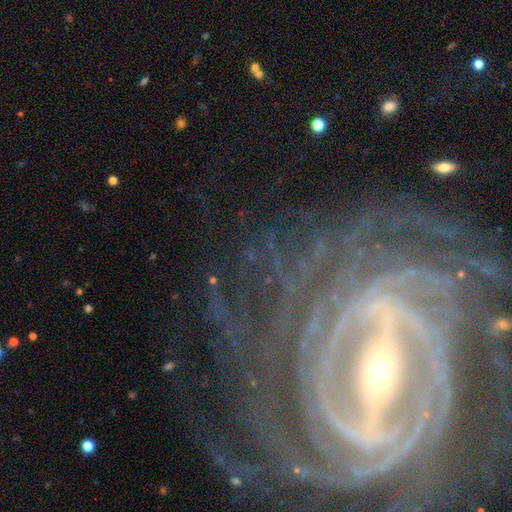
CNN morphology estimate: smooth_or_featured: featured or disk (p=0.83) [alt: star or artifact p=0.10]
disk_edge_on: no (p=0.93) [alt: yes p=0.07]
bar: strong (p=0.61) [alt: weak p=0.22]
has_spiral_arms: yes (p=0.93) [alt: no p=0.07]
spiral_winding: tight (p=0.73) [alt: medium p=0.20]
spiral_arm_count: can't tell (p=0.27) [alt: more than 4 p=0.20]
bulge_size: small (p=0.68) [alt: moderate p=0.24]
merging: none (p=0.72) [alt: minor disturbance p=0.13]